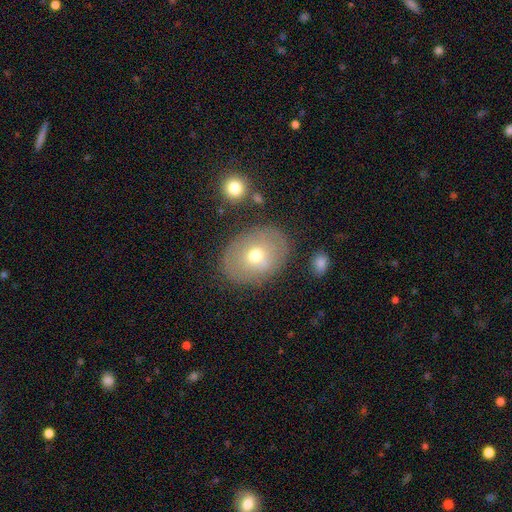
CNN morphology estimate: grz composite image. It shows a smooth galaxy with no disk features (55%) that is in between round and cigar-shaped (64%). Merging: none (78%).